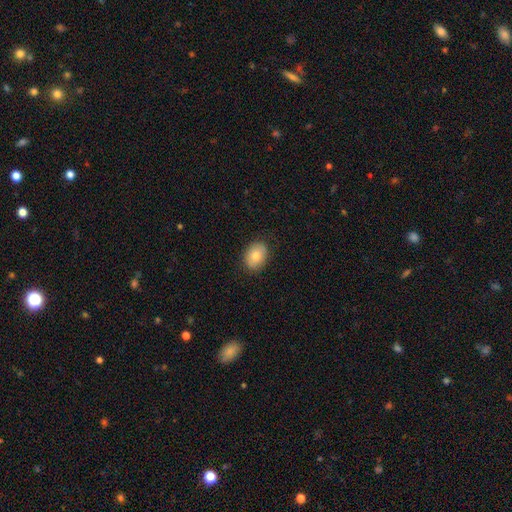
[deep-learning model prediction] Smooth or featured?
  - smooth: 78% *
  - featured or disk: 14%
  - star or artifact: 7%
How rounded?
  - in between: 73% *
  - round: 26%
  - cigar-shaped: 1%
Merging?
  - none: 86% *
  - minor disturbance: 11%
  - major disturbance: 2%
  - merger: 1%